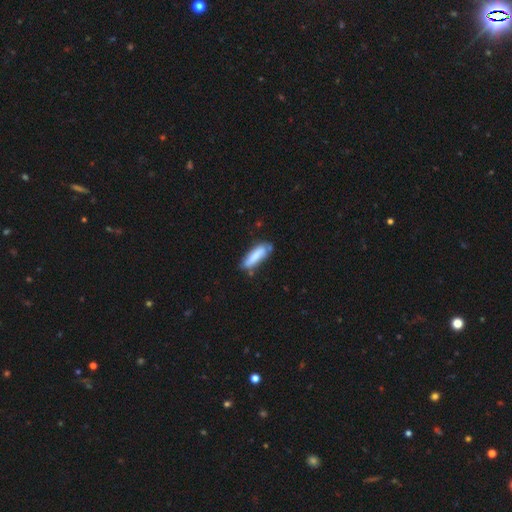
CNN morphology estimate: smooth 76%, featured or disk 18%, star or artifact 6%. Down the decision tree: how rounded — cigar-shaped (58%); merging — none (65%).